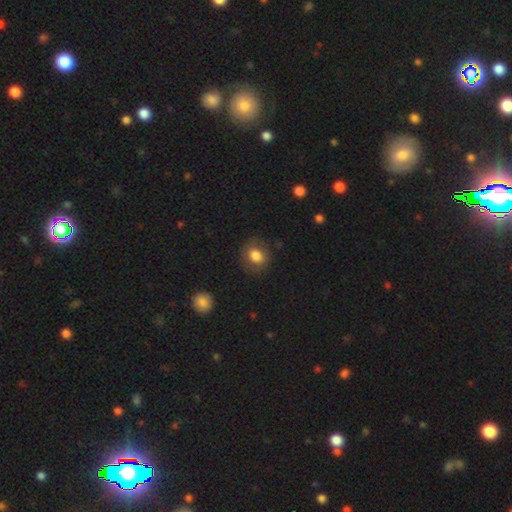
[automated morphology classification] This is likely a smooth galaxy (79%). How rounded: likely round (70%). Merging: clearly none (81%).